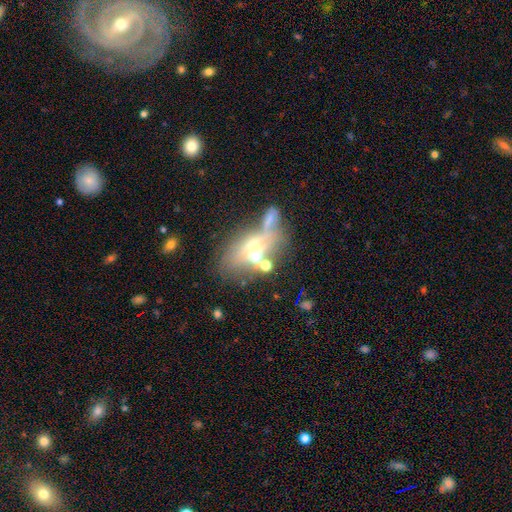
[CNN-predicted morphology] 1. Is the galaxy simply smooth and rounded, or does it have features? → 39% featured or disk, 36% smooth, 24% star or artifact.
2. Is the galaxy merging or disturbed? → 39% merger, 32% none, 17% major disturbance, 13% minor disturbance.